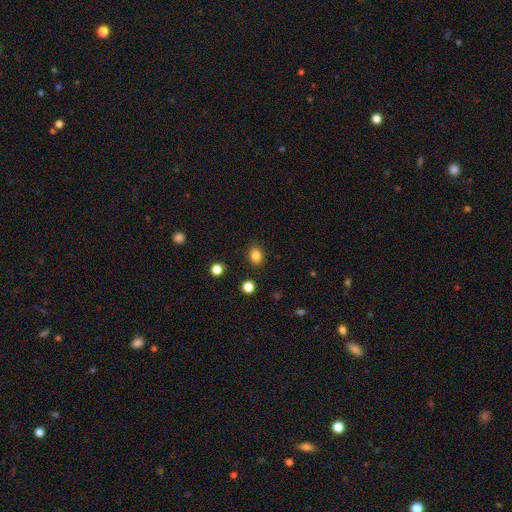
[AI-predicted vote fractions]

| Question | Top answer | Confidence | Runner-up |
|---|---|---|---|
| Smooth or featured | smooth | 84% | star or artifact (12%) |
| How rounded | in between | 52% | round (47%) |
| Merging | none | 87% | minor disturbance (8%) |